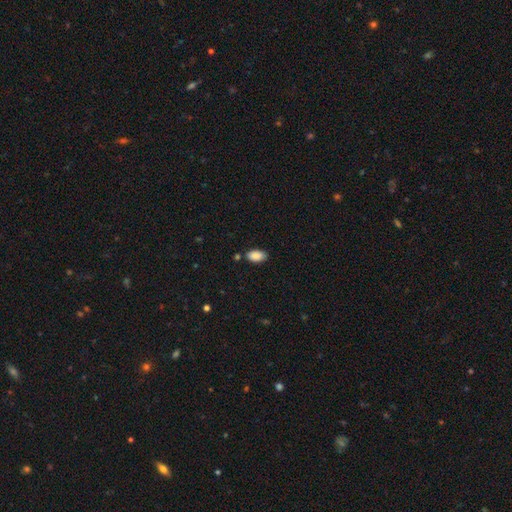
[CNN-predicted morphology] This appears to be a smooth galaxy with no disk features (89%) that is in between round and cigar-shaped (94%). Merging: none (80%).